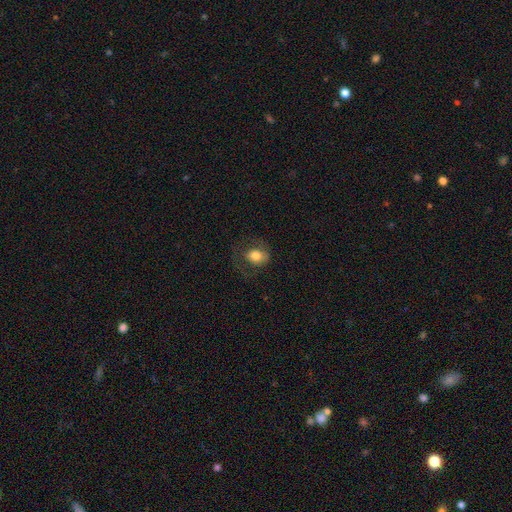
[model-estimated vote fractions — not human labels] The model was most divided on "how rounded": in between: 54%, round: 45%, cigar-shaped: 1%. More confident: smooth or featured — smooth (70%); merging — none (57%).